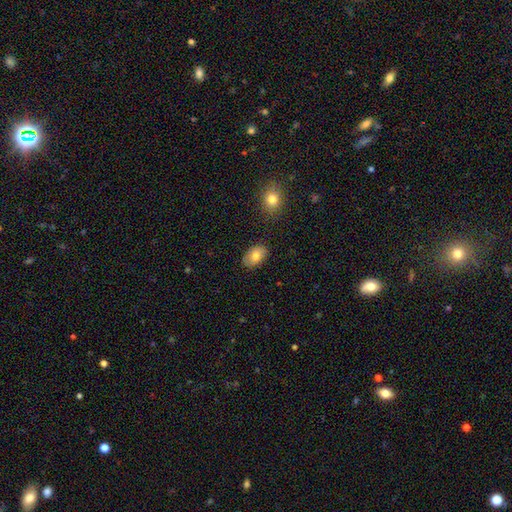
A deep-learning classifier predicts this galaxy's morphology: A smooth galaxy with no disk features (78%) that is in between round and cigar-shaped (89%).

Vote fractions:
- Smooth or featured? smooth: 78% / featured or disk: 14% / star or artifact: 7%
- How rounded? in between: 89% / round: 9% / cigar-shaped: 1%
- Merging? none: 83% / minor disturbance: 12% / major disturbance: 2% / merger: 2%